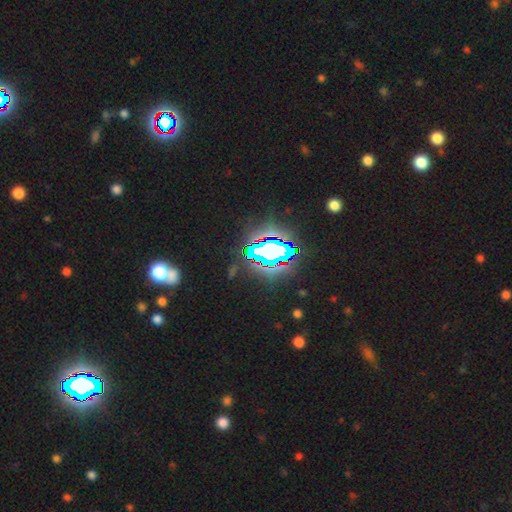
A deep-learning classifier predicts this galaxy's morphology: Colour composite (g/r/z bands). It shows a star or artifact, not a galaxy (78%).